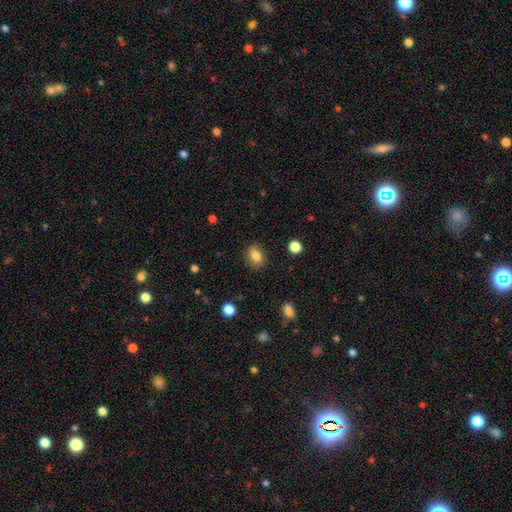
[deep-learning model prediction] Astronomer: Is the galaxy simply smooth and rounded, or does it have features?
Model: smooth — 83%.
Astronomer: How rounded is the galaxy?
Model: in between — 59% (runner-up: round, 40%).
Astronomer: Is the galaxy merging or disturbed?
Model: none — 86%.